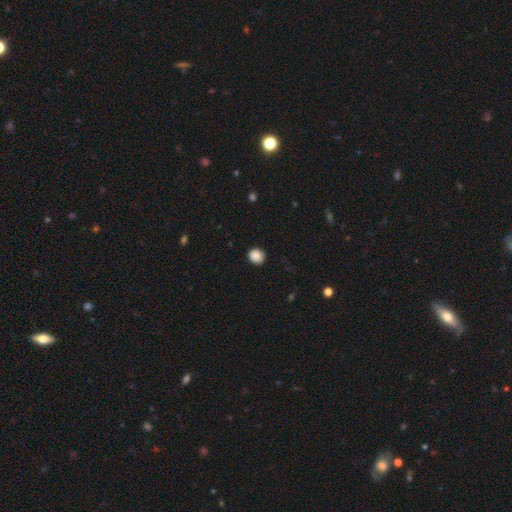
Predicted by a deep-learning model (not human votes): A smooth galaxy with no disk features (89%) that is round (82%).

Vote fractions:
- Smooth or featured? smooth: 89% / star or artifact: 9% / featured or disk: 3%
- How rounded? round: 82% / in between: 17% / cigar-shaped: 1%
- Merging? none: 90% / minor disturbance: 7% / major disturbance: 2% / merger: 1%